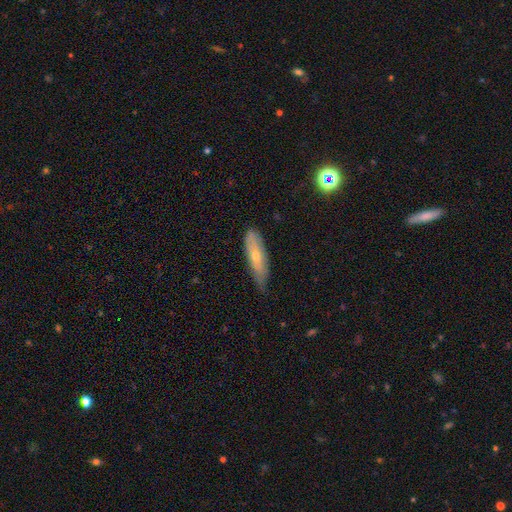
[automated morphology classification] A smooth galaxy with no disk features (52%) that is cigar-shaped (63%).

Vote fractions:
- Smooth or featured? smooth: 52% / featured or disk: 40% / star or artifact: 8%
- How rounded? cigar-shaped: 63% / in between: 35% / round: 2%
- Merging? none: 66% / minor disturbance: 28% / major disturbance: 5% / merger: 1%